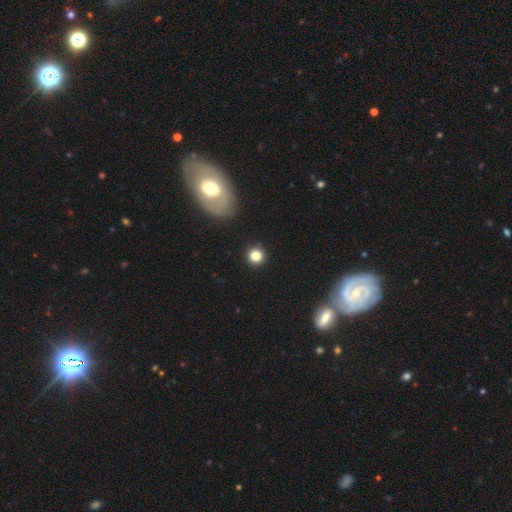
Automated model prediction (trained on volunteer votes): Smooth or featured? Predicted: smooth (p=0.81). How rounded? Predicted: round (p=0.94). Merging? Predicted: none (p=0.91).